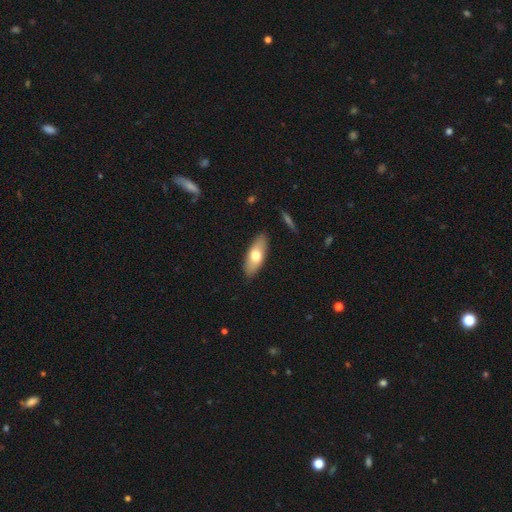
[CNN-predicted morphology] Smooth or featured? Predicted: smooth (p=0.66). How rounded? Predicted: in between (p=0.77). Merging? Predicted: none (p=0.87).